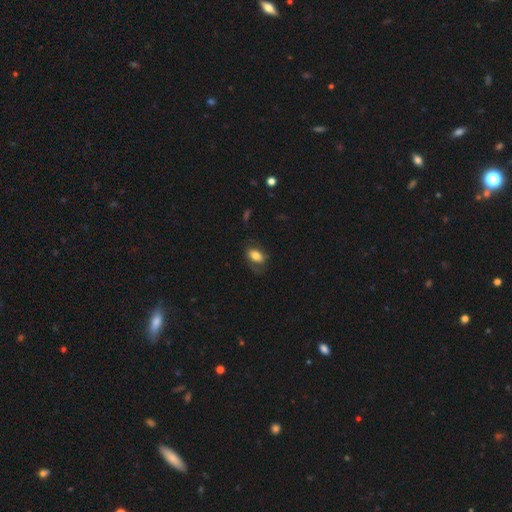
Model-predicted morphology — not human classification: smooth_or_featured: smooth (p=0.70) [alt: featured or disk p=0.22]
how_rounded: in between (p=0.88) [alt: round p=0.09]
merging: none (p=0.64) [alt: minor disturbance p=0.21]